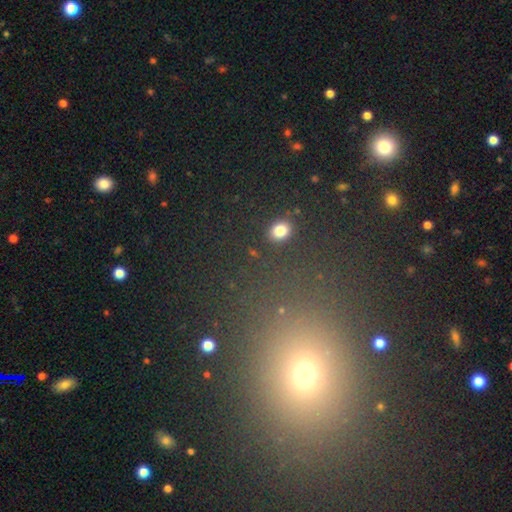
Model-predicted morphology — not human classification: This is possibly a smooth galaxy (49%). Merging: clearly none (86%).